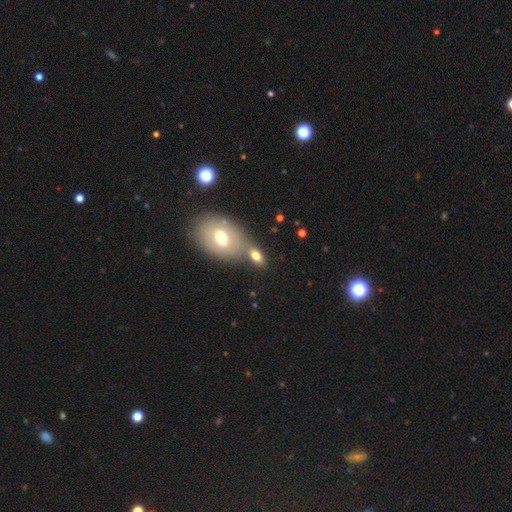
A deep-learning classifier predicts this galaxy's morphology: A smooth galaxy with no disk features (74%) that is in between round and cigar-shaped (83%). Merging: none (48%).